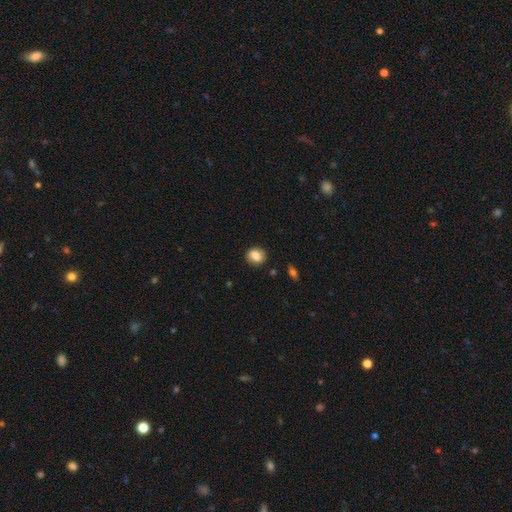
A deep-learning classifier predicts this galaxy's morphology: This is clearly a smooth galaxy (82%). How rounded: likely round (61%). Merging: clearly none (83%).